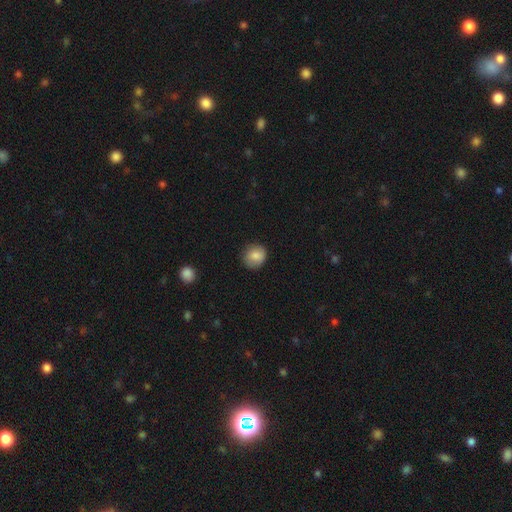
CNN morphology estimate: Overall: smooth (84%). How rounded: round (84%). Merging: none (84%).